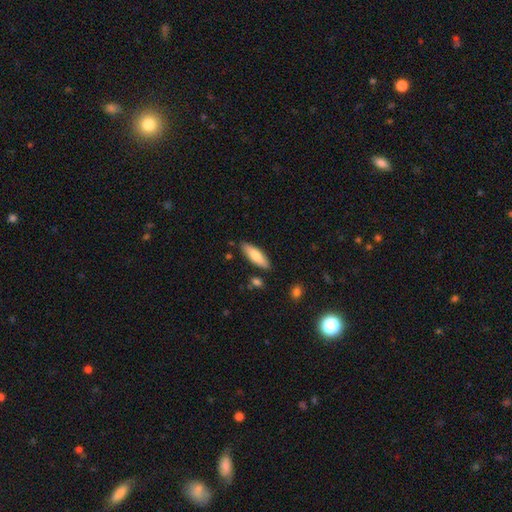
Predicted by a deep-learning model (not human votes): Smooth or featured?
  - smooth: 77% *
  - featured or disk: 17%
  - star or artifact: 6%
How rounded?
  - cigar-shaped: 53% *
  - in between: 45%
  - round: 2%
Merging?
  - none: 84% *
  - minor disturbance: 11%
  - merger: 3%
  - major disturbance: 2%